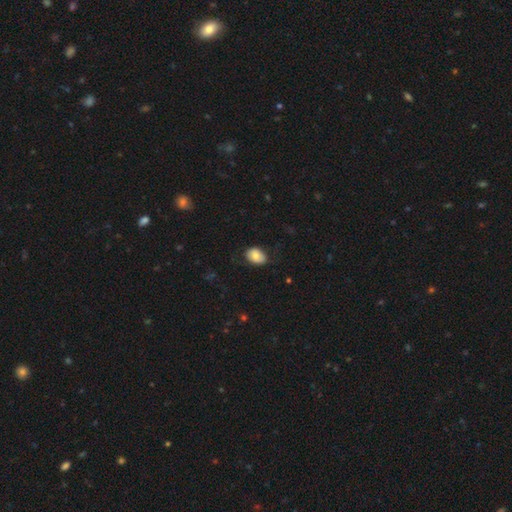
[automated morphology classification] Smooth or featured? Predicted: smooth (p=0.80). How rounded? Predicted: in between (p=0.75). Merging? Predicted: none (p=0.75).